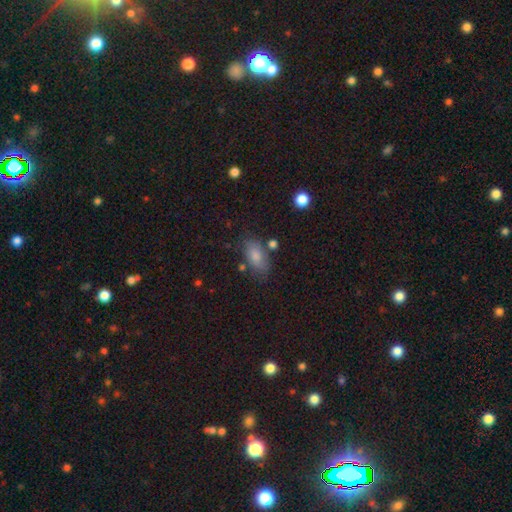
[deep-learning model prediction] smooth_or_featured: smooth (p=0.79) [alt: featured or disk p=0.13]
how_rounded: in between (p=0.90) [alt: cigar-shaped p=0.05]
merging: none (p=0.68) [alt: minor disturbance p=0.19]